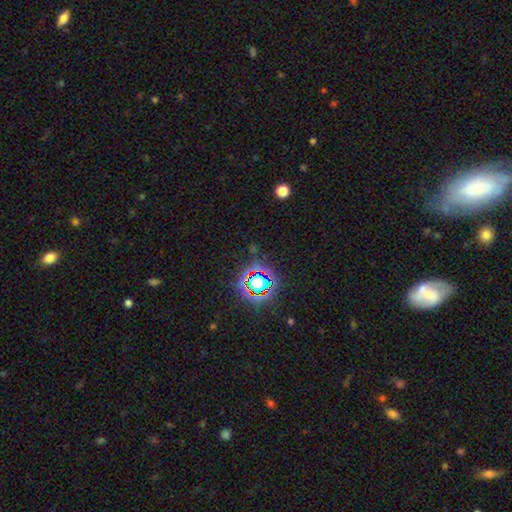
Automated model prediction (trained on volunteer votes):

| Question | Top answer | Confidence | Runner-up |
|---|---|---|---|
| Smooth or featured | star or artifact | 79% | smooth (13%) |